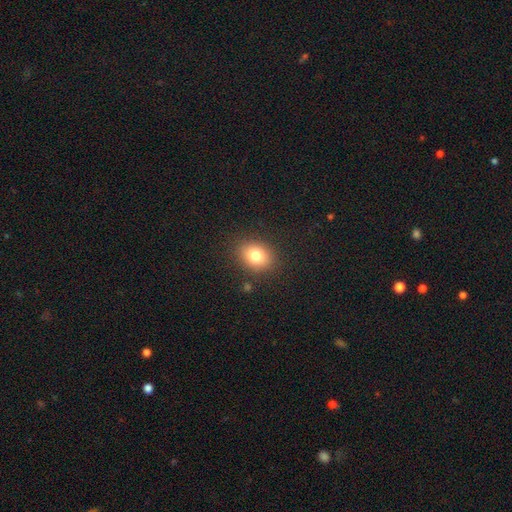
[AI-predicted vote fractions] This appears to be a smooth galaxy with no disk features (80%) that is in between round and cigar-shaped (52%). Merging: none (86%).